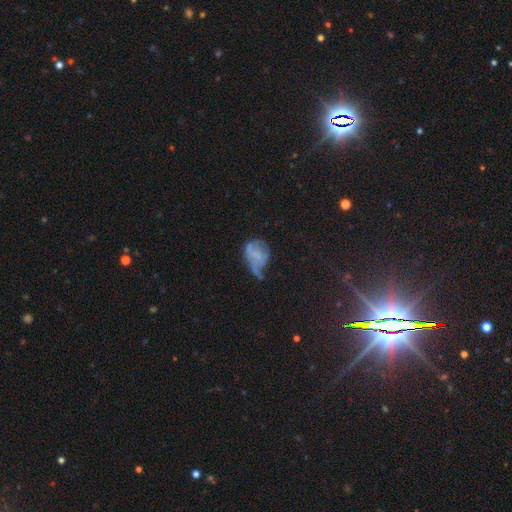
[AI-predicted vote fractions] Smooth or featured: featured or disk — 45% (smooth — 40%)
Merging: major disturbance — 42% (minor disturbance — 29%)